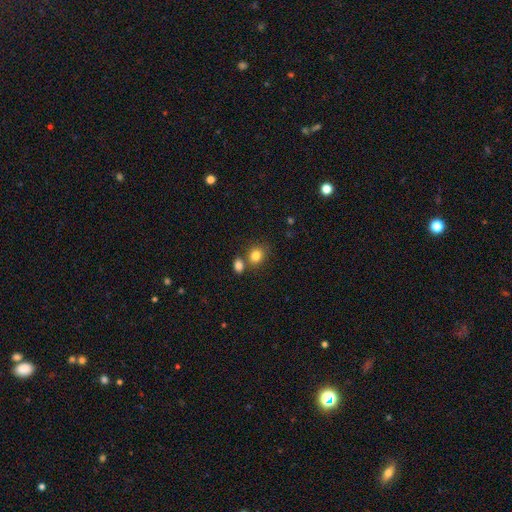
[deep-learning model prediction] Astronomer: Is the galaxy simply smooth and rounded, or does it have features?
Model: smooth — 83%.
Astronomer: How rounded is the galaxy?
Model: round — 68%.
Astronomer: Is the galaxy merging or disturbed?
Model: none — 60%.